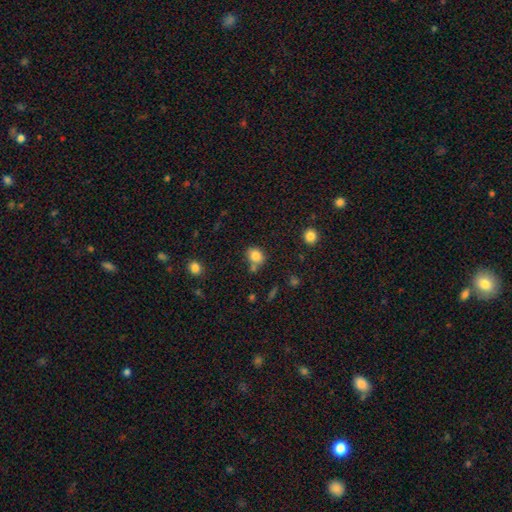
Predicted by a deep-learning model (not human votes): Smooth or featured: smooth — 83% (star or artifact — 11%)
How rounded: round — 54% (in between — 45%)
Merging: none — 64% (merger — 18%)